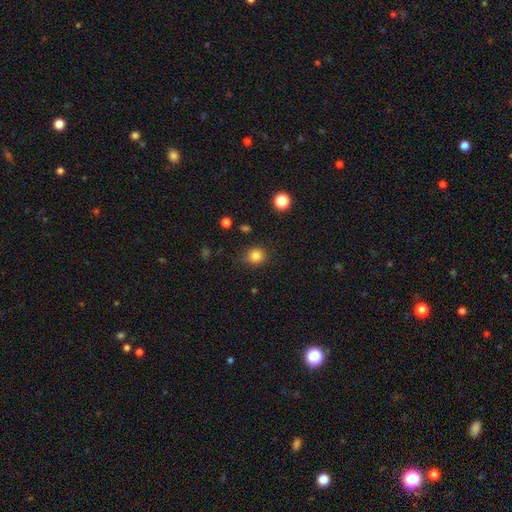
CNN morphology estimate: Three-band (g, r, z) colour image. It shows a smooth galaxy with no disk features (84%) that is round (84%). Merging: none (84%).